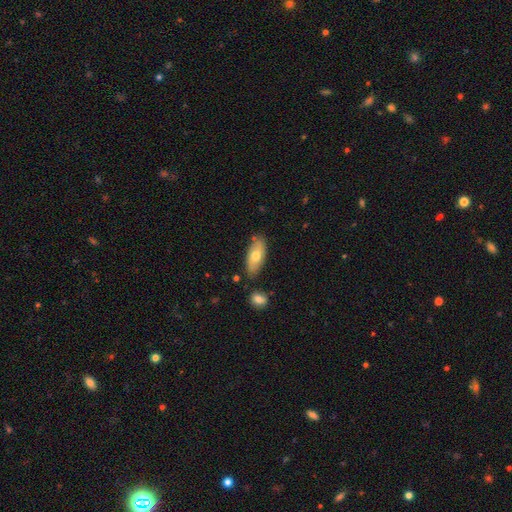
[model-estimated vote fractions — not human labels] A smooth galaxy with no disk features (67%) that is in between round and cigar-shaped (84%).

Vote fractions:
- Smooth or featured? smooth: 67% / featured or disk: 27% / star or artifact: 6%
- How rounded? in between: 84% / cigar-shaped: 13% / round: 3%
- Merging? none: 78% / minor disturbance: 14% / merger: 5% / major disturbance: 3%